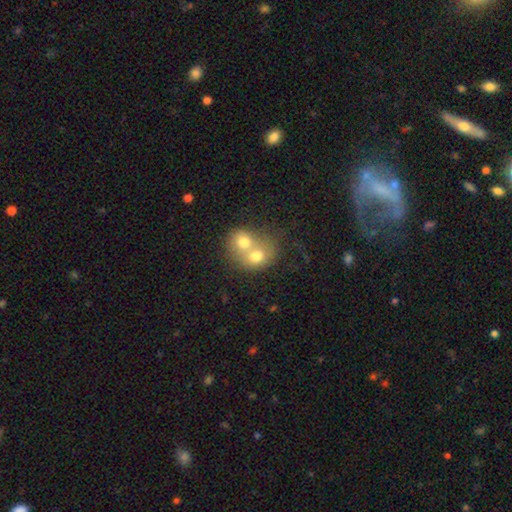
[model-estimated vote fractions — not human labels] This appears to be a smooth galaxy with no disk features (66%) that is round (62%). Merging: merger (77%).